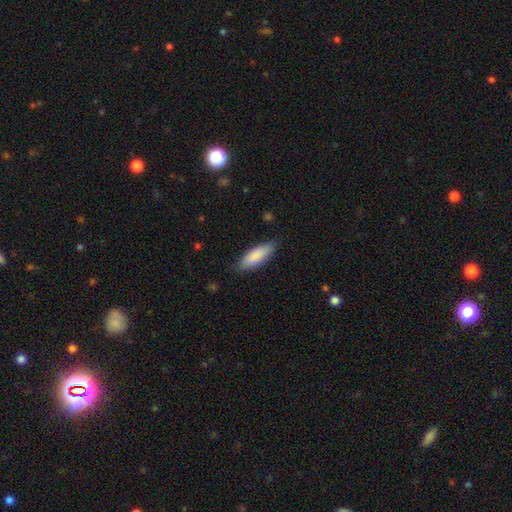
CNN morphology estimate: smooth-or-featured: smooth: 84% | featured or disk: 10% | star or artifact: 6%
  how-rounded: in between: 67% | cigar-shaped: 32% | round: 2%
  merging: none: 78% | minor disturbance: 17% | major disturbance: 3% | merger: 1%